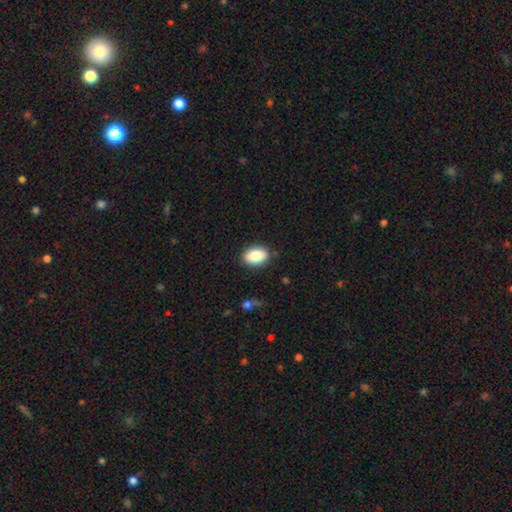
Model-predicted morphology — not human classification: The model was most divided on "how rounded": in between: 84%, round: 15%, cigar-shaped: 1%. More confident: merging — none (87%); smooth or featured — smooth (84%).